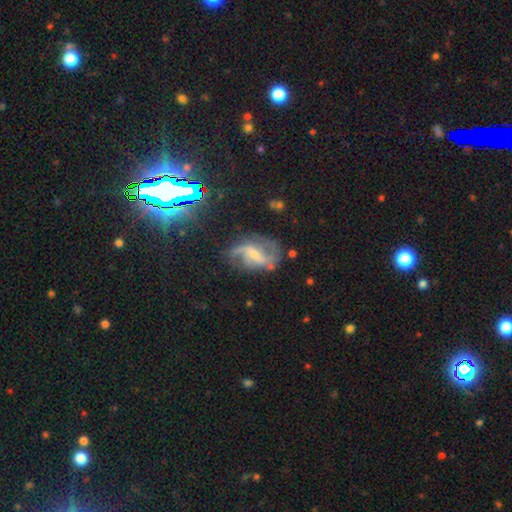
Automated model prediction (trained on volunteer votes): A featured or disk galaxy (69%) with a weak bar (46%), 2 (69%) loose (50%) spiral arms (89%) and a small central bulge (49%).

Vote fractions:
- Smooth or featured? featured or disk: 69% / star or artifact: 18% / smooth: 13%
- Edge-on disk? no: 95% / yes: 5%
- Bar? weak: 46% / no: 28% / strong: 26%
- Spiral arms? yes: 89% / no: 11%
- Spiral winding? loose: 50% / medium: 37% / tight: 13%
- Spiral arm count? 2: 69% / can't tell: 14% / 3: 6% / 1: 6% / 4: 2% / more than 4: 2%
- Bulge size? small: 49% / moderate: 29% / none: 18% / large: 3% / dominant: 1%
- Merging? none: 60% / minor disturbance: 21% / major disturbance: 16% / merger: 3%